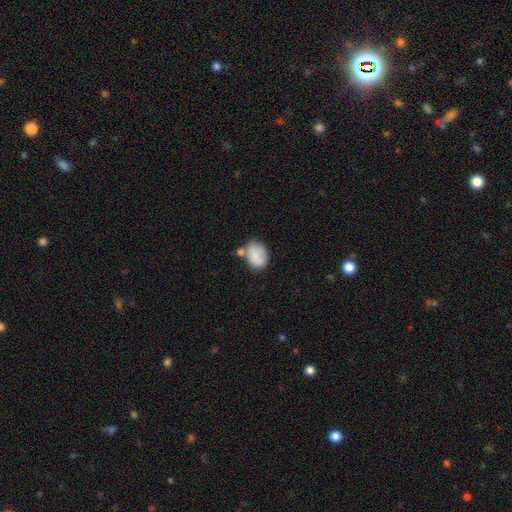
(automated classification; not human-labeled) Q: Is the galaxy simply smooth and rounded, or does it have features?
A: smooth — 82%.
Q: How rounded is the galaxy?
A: in between — 73%.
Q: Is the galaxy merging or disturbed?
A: none — 44%.